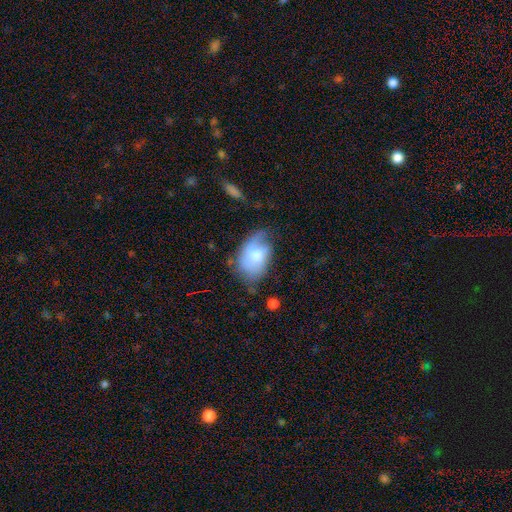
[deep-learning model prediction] The model was most divided on "smooth or featured": smooth: 47%, featured or disk: 45%, star or artifact: 8%. Remaining: merging — none (46%).